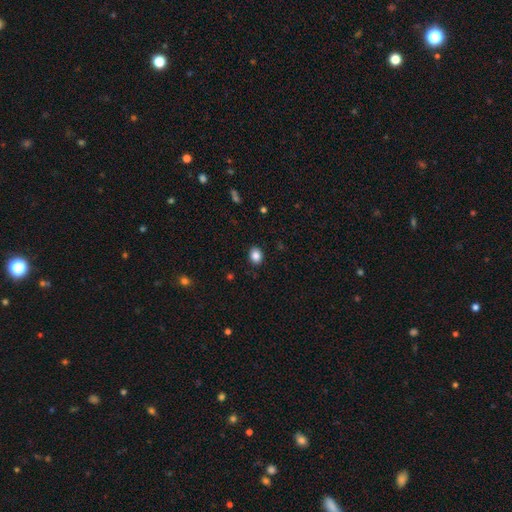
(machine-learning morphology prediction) smooth_or_featured: smooth (p=0.87) [alt: star or artifact p=0.09]
how_rounded: in between (p=0.58) [alt: round p=0.41]
merging: none (p=0.89) [alt: minor disturbance p=0.08]